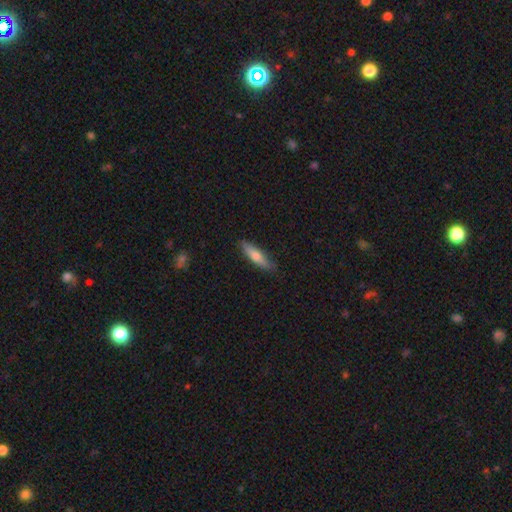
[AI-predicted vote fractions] Smooth or featured?
  - smooth: 63% *
  - featured or disk: 31%
  - star or artifact: 6%
How rounded?
  - cigar-shaped: 76% *
  - in between: 22%
  - round: 2%
Merging?
  - none: 85% *
  - minor disturbance: 12%
  - major disturbance: 2%
  - merger: 1%